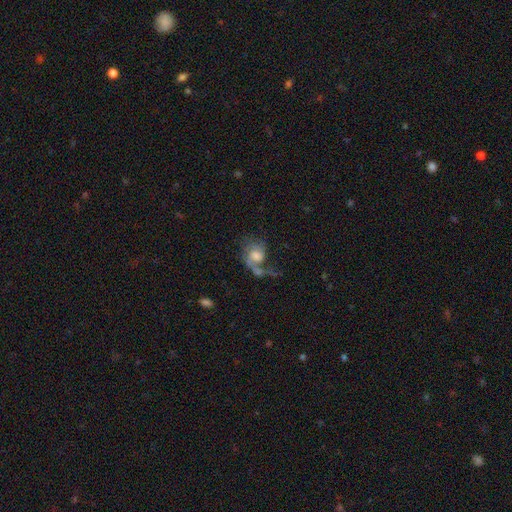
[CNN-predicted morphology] A featured or disk galaxy (67%) with no bar (64%), 1 (57%) loose (54%) spiral arms (86%) and a moderate central bulge (39%). Merging: major disturbance (41%).